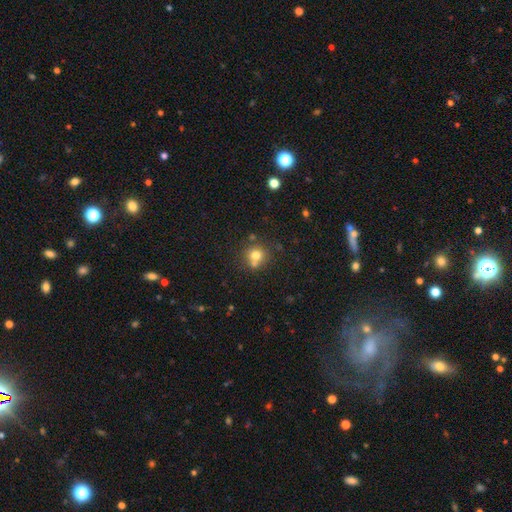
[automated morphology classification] A smooth galaxy with no disk features (73%) that is round (89%).

Vote fractions:
- Smooth or featured? smooth: 73% / star or artifact: 14% / featured or disk: 13%
- How rounded? round: 89% / in between: 11% / cigar-shaped: 1%
- Merging? none: 59% / merger: 27% / minor disturbance: 10% / major disturbance: 4%